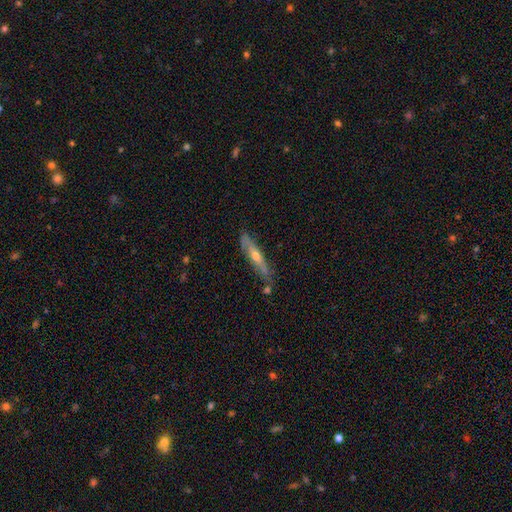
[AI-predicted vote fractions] A featured or disk galaxy (63%) viewed edge-on (83%) with a rounded central bulge (81%).

Vote fractions:
- Smooth or featured? featured or disk: 63% / smooth: 31% / star or artifact: 7%
- Edge-on disk? yes: 83% / no: 17%
- Edge-on bulge? rounded: 81% / none: 15% / boxy: 3%
- Merging? none: 77% / minor disturbance: 16% / merger: 4% / major disturbance: 3%